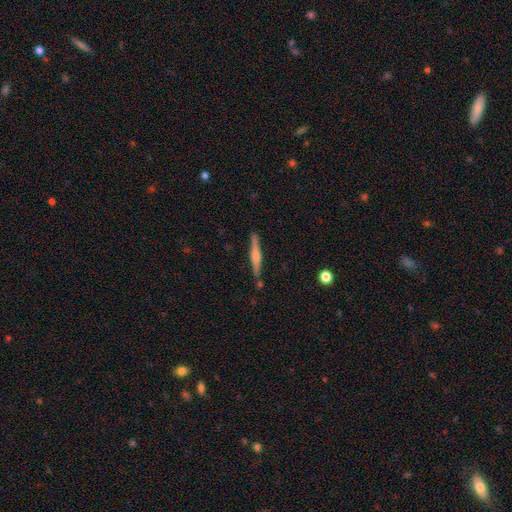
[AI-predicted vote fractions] A featured or disk galaxy (56%) viewed edge-on (97%) with a rounded central bulge (68%). Merging: none (86%).